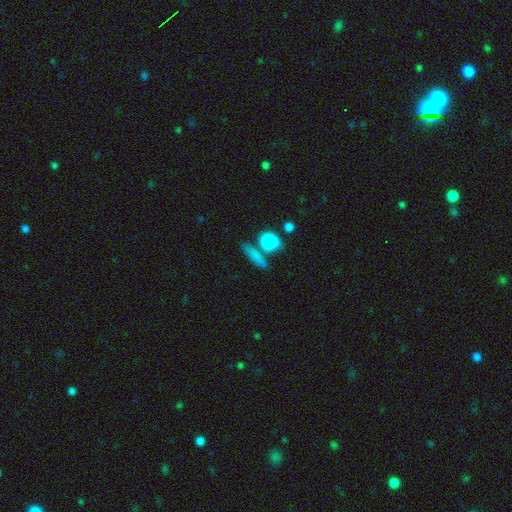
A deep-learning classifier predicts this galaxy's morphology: This appears to be a smooth galaxy with no disk features (73%) that is cigar-shaped (53%). Merging: none (66%).